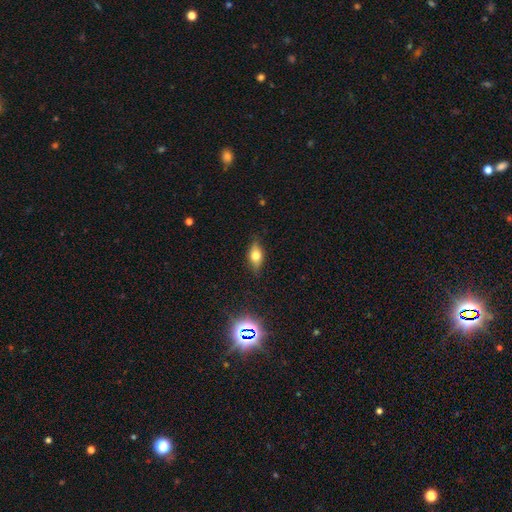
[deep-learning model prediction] A smooth galaxy with no disk features (58%) that is in between round and cigar-shaped (78%). Merging: none (82%).